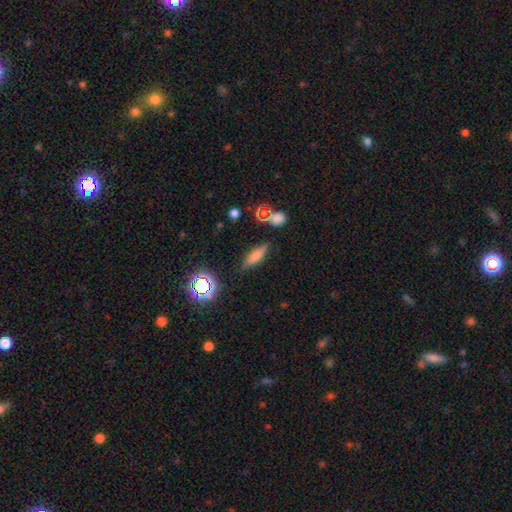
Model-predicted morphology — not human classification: This is likely a smooth galaxy (64%). How rounded: possibly cigar-shaped (52%). Merging: clearly none (82%).